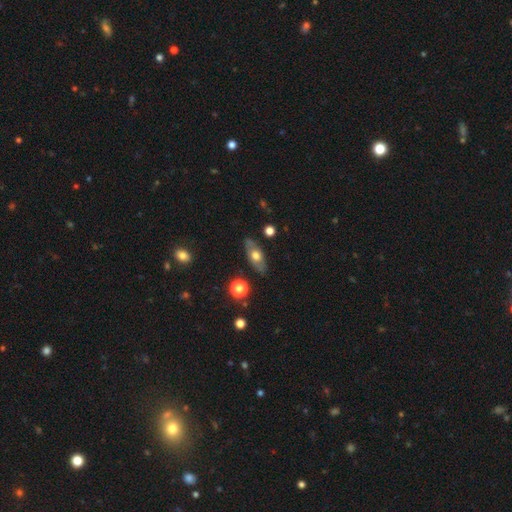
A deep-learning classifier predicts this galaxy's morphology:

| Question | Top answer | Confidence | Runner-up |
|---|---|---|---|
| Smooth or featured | smooth | 53% | featured or disk (39%) |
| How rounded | in between | 78% | cigar-shaped (15%) |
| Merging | none | 82% | minor disturbance (13%) |